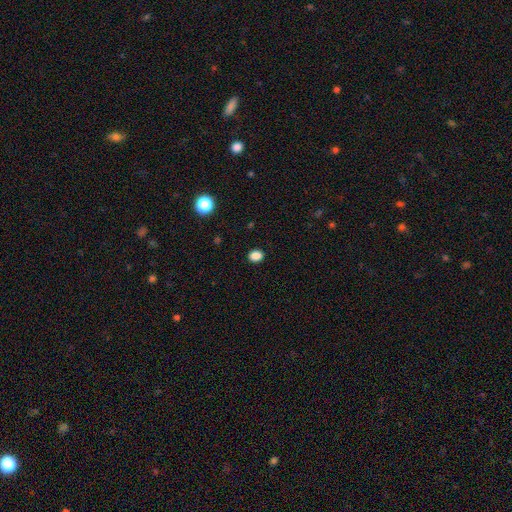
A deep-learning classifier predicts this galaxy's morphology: smooth-or-featured: smooth: 86% | star or artifact: 11% | featured or disk: 3%
  how-rounded: in between: 50% | round: 49% | cigar-shaped: 1%
  merging: none: 90% | minor disturbance: 7% | major disturbance: 2% | merger: 1%